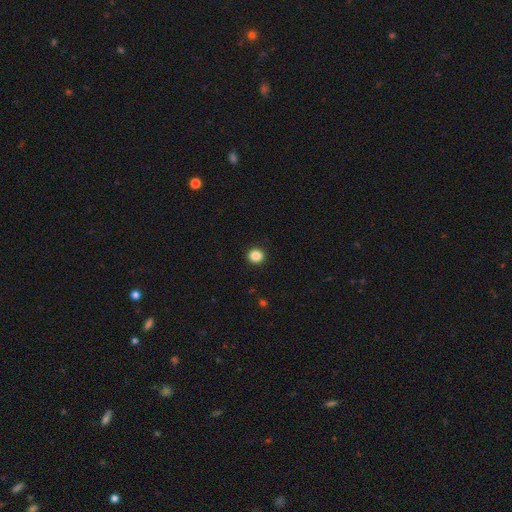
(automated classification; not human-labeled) This is clearly a smooth galaxy (87%). How rounded: clearly round (92%). Merging: clearly none (93%).